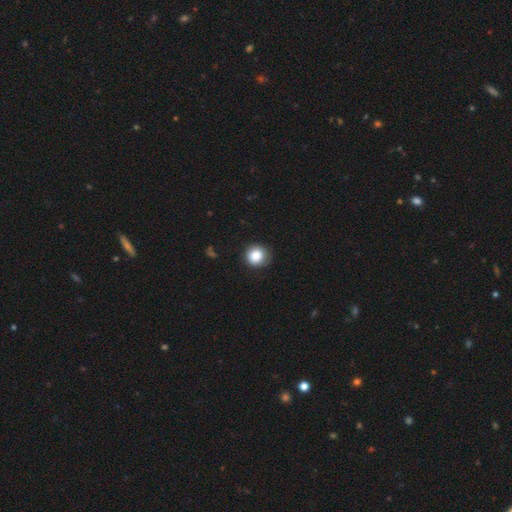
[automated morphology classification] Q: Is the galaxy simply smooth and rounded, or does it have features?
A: smooth — 86%.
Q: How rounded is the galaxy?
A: round — 90%.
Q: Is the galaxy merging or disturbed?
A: none — 81%.